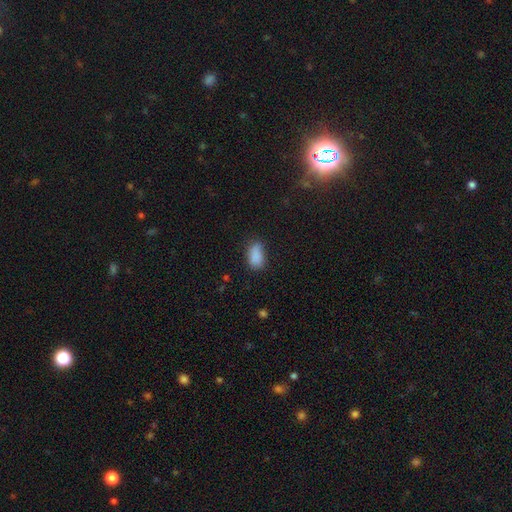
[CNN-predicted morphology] A smooth galaxy with no disk features (86%) that is in between round and cigar-shaped (91%).

Vote fractions:
- Smooth or featured? smooth: 86% / star or artifact: 9% / featured or disk: 5%
- How rounded? in between: 91% / round: 7% / cigar-shaped: 3%
- Merging? none: 65% / minor disturbance: 26% / major disturbance: 7% / merger: 2%